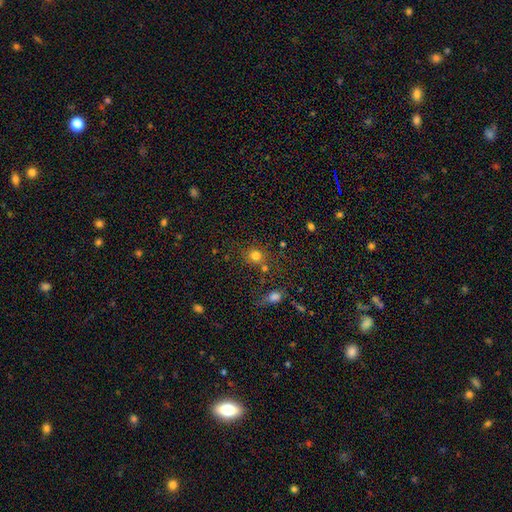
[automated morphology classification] The model was most divided on "merging": none: 66%, merger: 17%, minor disturbance: 11%, major disturbance: 6%. More confident: how rounded — round (82%); smooth or featured — smooth (76%).